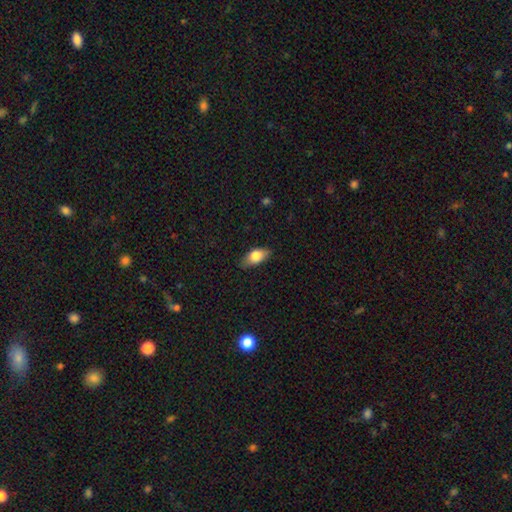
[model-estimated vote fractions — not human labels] Overall: smooth (78%). How rounded: in between (88%). Merging: none (81%).